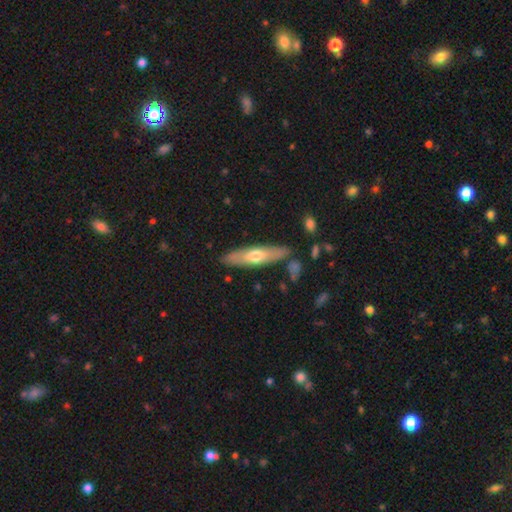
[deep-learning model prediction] Smooth or featured: smooth — 48% (featured or disk — 46%)
Merging: none — 84% (minor disturbance — 11%)